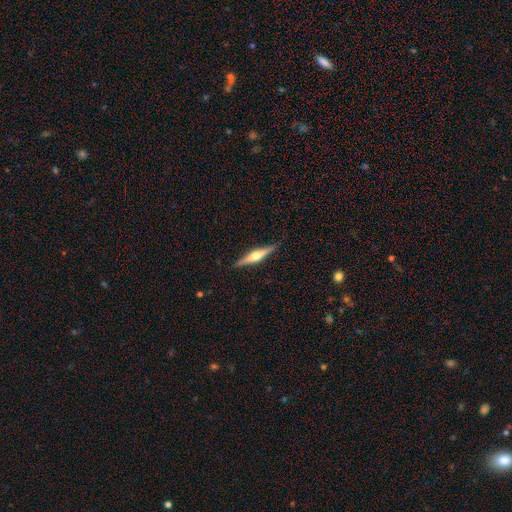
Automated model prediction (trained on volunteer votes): smooth-or-featured: featured or disk: 75% | smooth: 20% | star or artifact: 5%
  disk-edge-on: yes: 98% | no: 2%
    edge-on-bulge: rounded: 93% | boxy: 4% | none: 3%
  merging: none: 90% | minor disturbance: 7% | major disturbance: 1% | merger: 1%